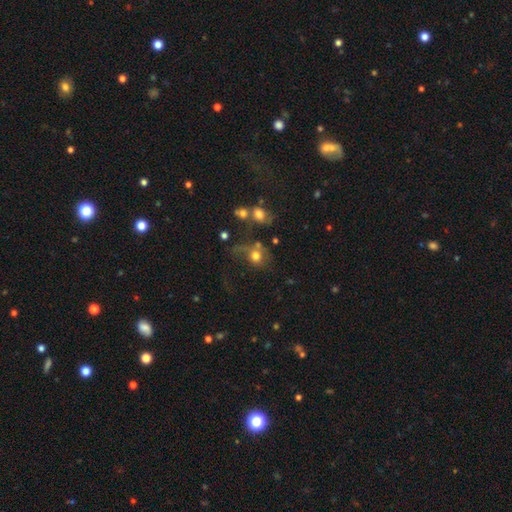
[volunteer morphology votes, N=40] This appears to be a smooth galaxy with no disk features (72%) that is round (59%). Merging: major disturbance (36%).